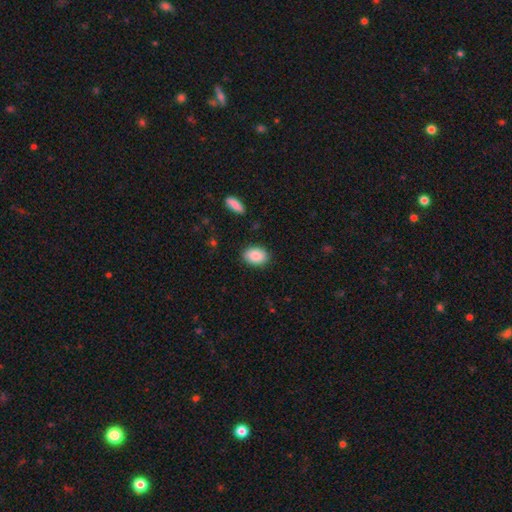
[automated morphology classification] Smooth or featured: smooth — 89% (star or artifact — 7%)
How rounded: in between — 83% (round — 16%)
Merging: none — 86% (minor disturbance — 10%)